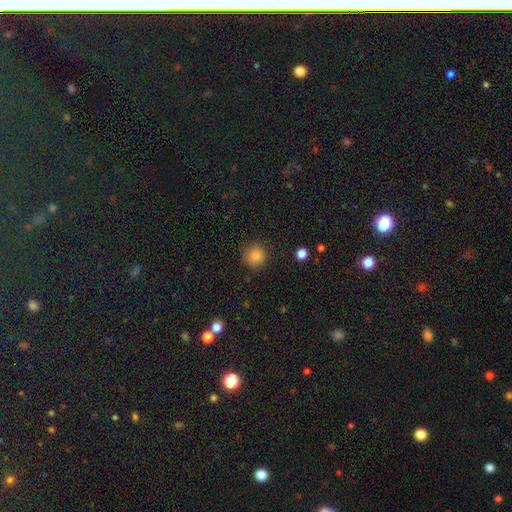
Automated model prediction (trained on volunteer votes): Morphology: type=smooth (84%); roundness=round (93%); merging=none (88%).